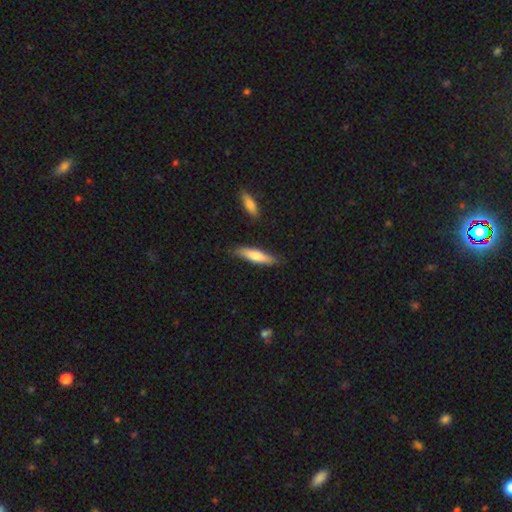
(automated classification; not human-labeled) Morphology: type=smooth (72%); roundness=cigar-shaped (74%); merging=none (81%).